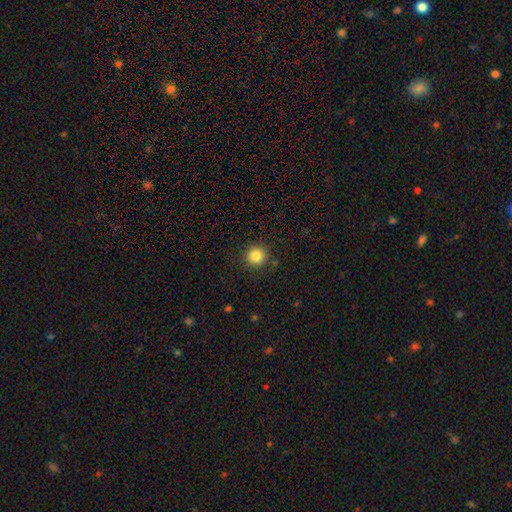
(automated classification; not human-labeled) smooth-or-featured: smooth: 84% | star or artifact: 11% | featured or disk: 5%
  how-rounded: round: 94% | in between: 5% | cigar-shaped: 1%
  merging: none: 90% | minor disturbance: 6% | major disturbance: 2% | merger: 1%